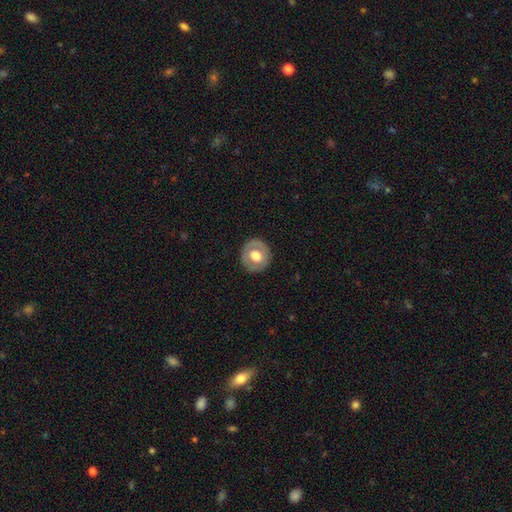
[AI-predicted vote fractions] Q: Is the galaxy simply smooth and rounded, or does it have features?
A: smooth — 53%.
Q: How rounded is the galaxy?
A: round — 88%.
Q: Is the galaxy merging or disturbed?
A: none — 86%.